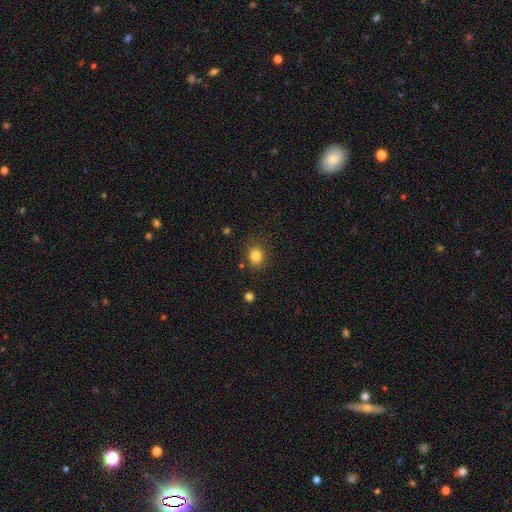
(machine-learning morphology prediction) This appears to be a smooth galaxy with no disk features (83%) that is round (68%). Merging: none (83%).